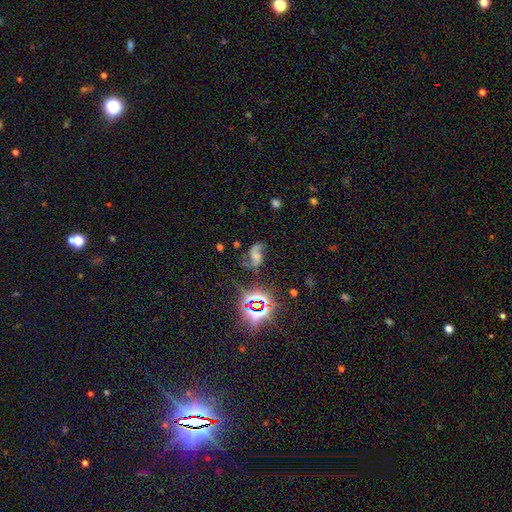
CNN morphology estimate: Smooth or featured? featured or disk (68%)
Edge-on disk? no (97%)
Bar? no (51%)
Spiral arms? yes (93%)
Spiral winding? loose (67%)
Spiral arm count? 2 (88%)
Bulge size? none (30%, tied with moderate)
Merging? none (57%)